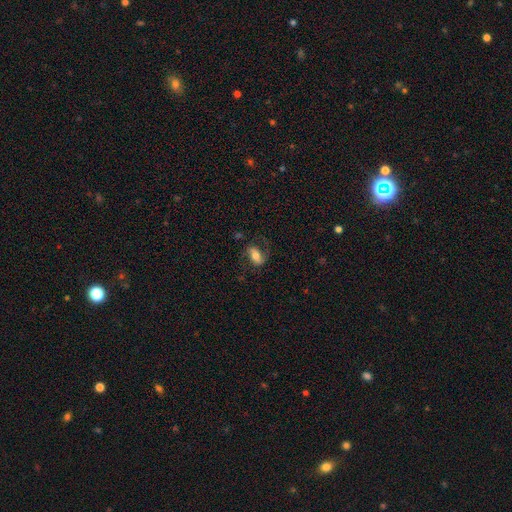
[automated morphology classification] The model was most divided on "smooth or featured": smooth: 52%, featured or disk: 40%, star or artifact: 8%. More confident: how rounded — in between (86%); merging — none (63%).